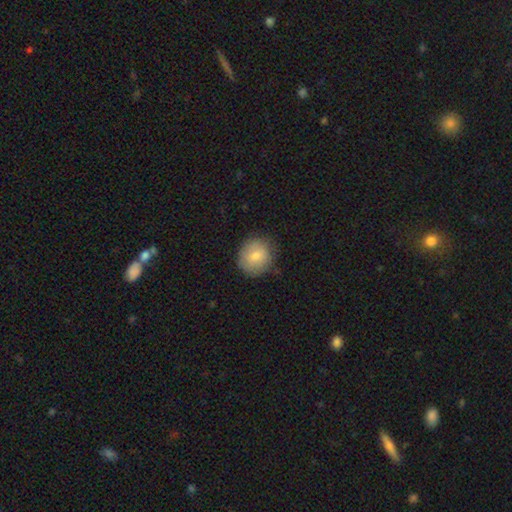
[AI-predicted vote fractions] A smooth galaxy with no disk features (80%) that is round (85%). Merging: none (78%).